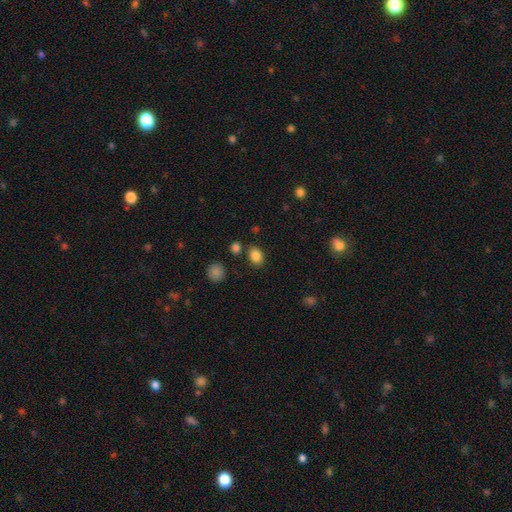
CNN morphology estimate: type=smooth (85%); roundness=in between (69%); merging=none (79%).